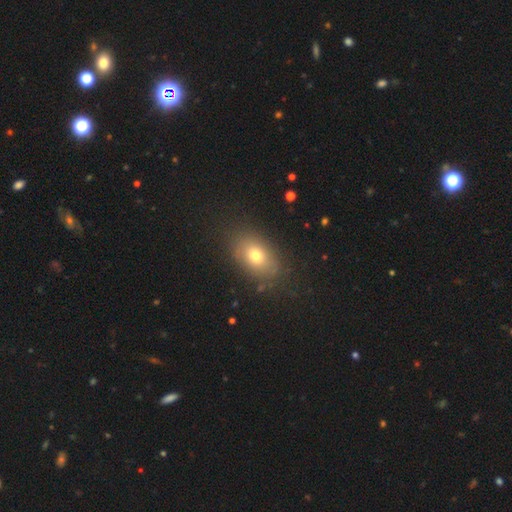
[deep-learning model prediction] This appears to be a smooth galaxy with no disk features (72%) that is in between round and cigar-shaped (81%). Merging: none (82%).